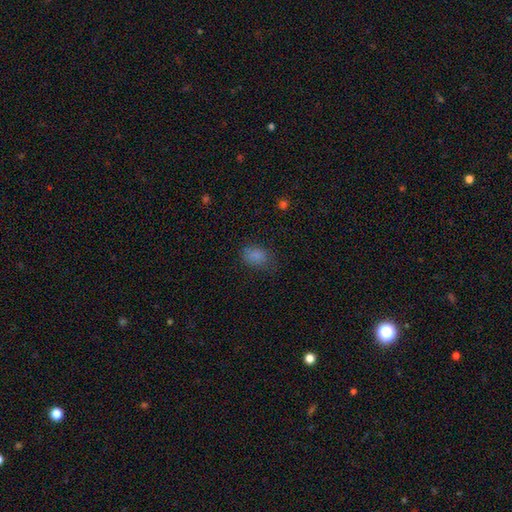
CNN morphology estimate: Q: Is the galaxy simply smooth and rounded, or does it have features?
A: smooth — 82%.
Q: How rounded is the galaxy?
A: in between — 77%.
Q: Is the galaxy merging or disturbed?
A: none — 68%.